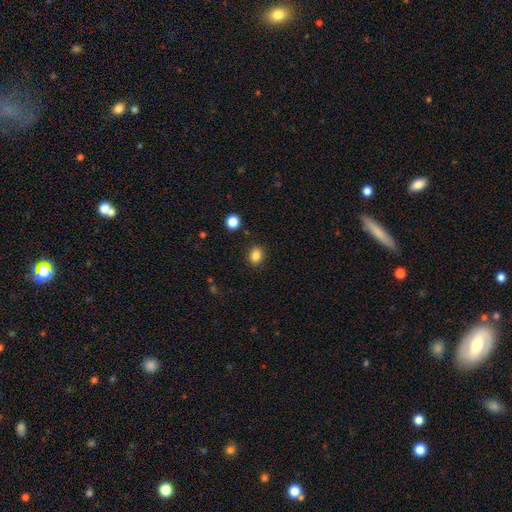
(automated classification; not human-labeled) Smooth or featured? Predicted: smooth (p=0.85). How rounded? Predicted: round (p=0.56). Merging? Predicted: none (p=0.88).